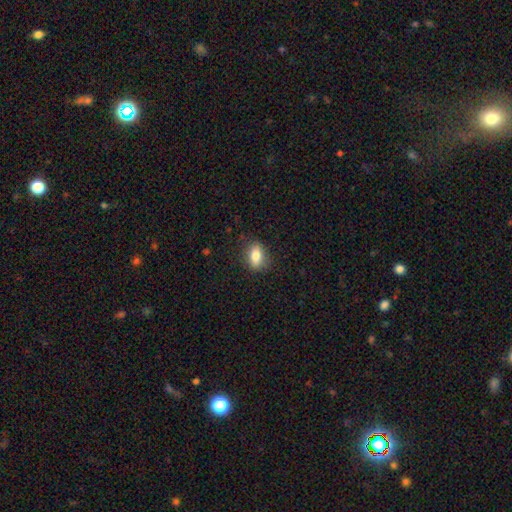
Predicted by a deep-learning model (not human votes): The model was most divided on "how rounded": in between: 81%, round: 15%, cigar-shaped: 4%. More confident: merging — none (84%); smooth or featured — smooth (80%).